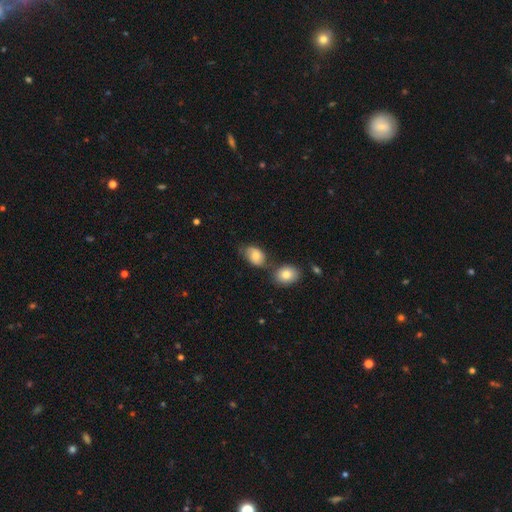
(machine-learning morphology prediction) The model was most divided on "merging": none: 50%, minor disturbance: 23%, merger: 19%, major disturbance: 8%. More confident: how rounded — in between (80%); smooth or featured — smooth (74%).